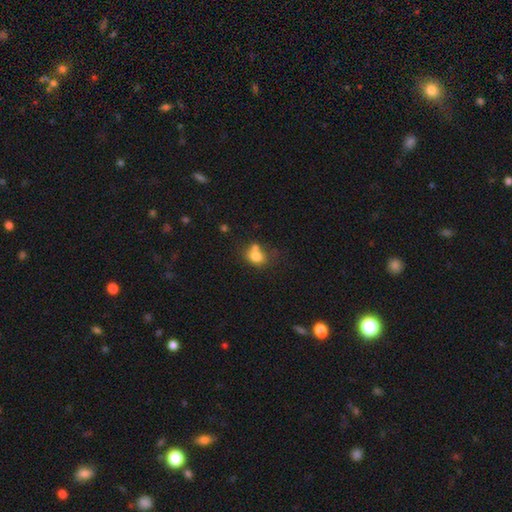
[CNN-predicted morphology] smooth-or-featured: smooth: 75% | featured or disk: 14% | star or artifact: 11%
  how-rounded: round: 53% | in between: 46% | cigar-shaped: 1%
  merging: none: 41% | merger: 38% | minor disturbance: 14% | major disturbance: 6%